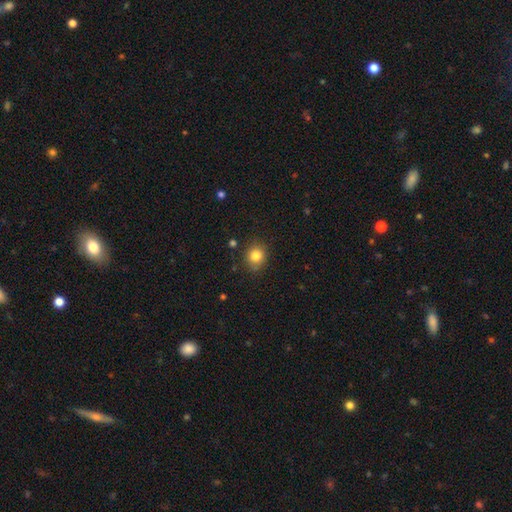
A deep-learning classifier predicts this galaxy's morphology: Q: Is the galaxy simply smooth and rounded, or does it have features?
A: smooth — 83%.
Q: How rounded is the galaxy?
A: round — 76%.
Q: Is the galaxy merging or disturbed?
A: none — 84%.